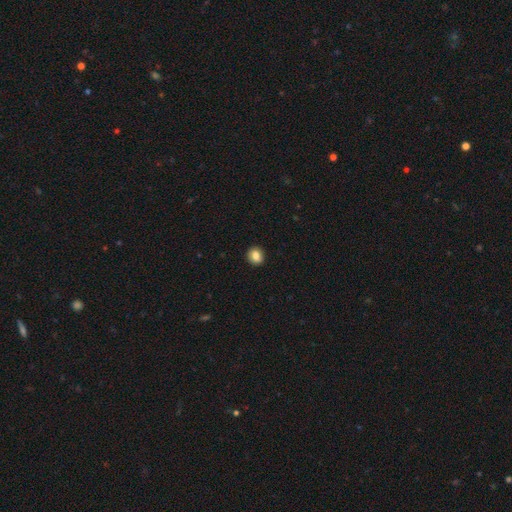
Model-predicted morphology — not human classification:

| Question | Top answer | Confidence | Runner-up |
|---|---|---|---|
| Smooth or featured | smooth | 83% | star or artifact (9%) |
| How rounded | round | 80% | in between (19%) |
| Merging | none | 91% | minor disturbance (6%) |